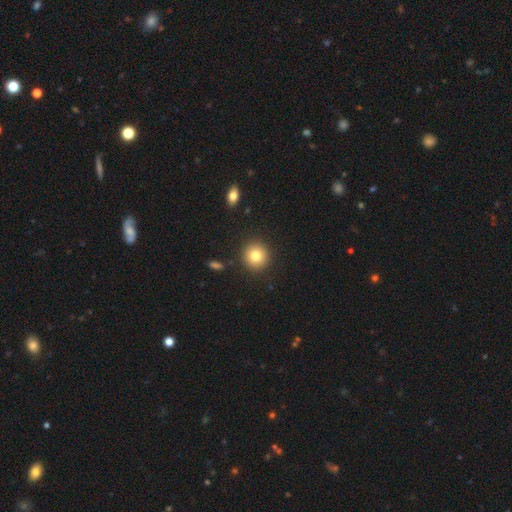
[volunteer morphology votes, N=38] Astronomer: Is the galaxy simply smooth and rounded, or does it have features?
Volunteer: smooth — 79%.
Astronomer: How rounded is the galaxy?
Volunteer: round — 93%.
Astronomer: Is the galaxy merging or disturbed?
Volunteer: none — 94%.